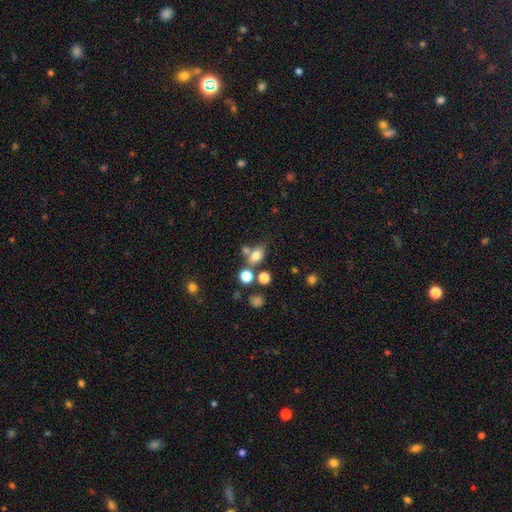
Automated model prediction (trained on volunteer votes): Overall: smooth (74%). How rounded: in between (75%). Merging: none (51%; merger 27%).